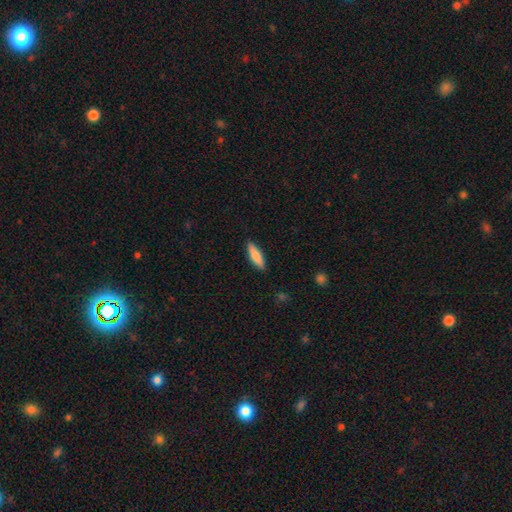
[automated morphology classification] smooth_or_featured: smooth (p=0.81) [alt: featured or disk p=0.13]
how_rounded: cigar-shaped (p=0.59) [alt: in between p=0.39]
merging: none (p=0.89) [alt: minor disturbance p=0.08]